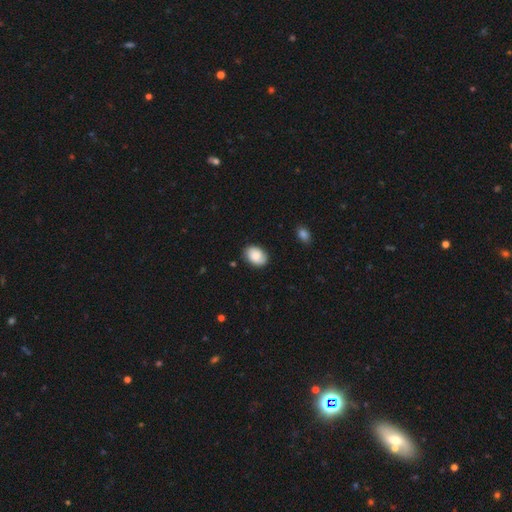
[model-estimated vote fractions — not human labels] Morphology: type=smooth (76%); roundness=in between (79%); merging=none (80%).